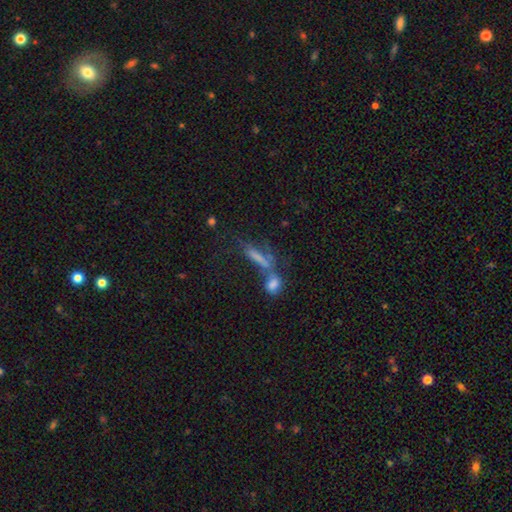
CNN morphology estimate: A smooth galaxy with no disk features (53%) that is cigar-shaped (71%).

Vote fractions:
- Smooth or featured? smooth: 53% / featured or disk: 30% / star or artifact: 17%
- How rounded? cigar-shaped: 71% / in between: 23% / round: 6%
- Merging? merger: 43% / none: 32% / major disturbance: 13% / minor disturbance: 12%